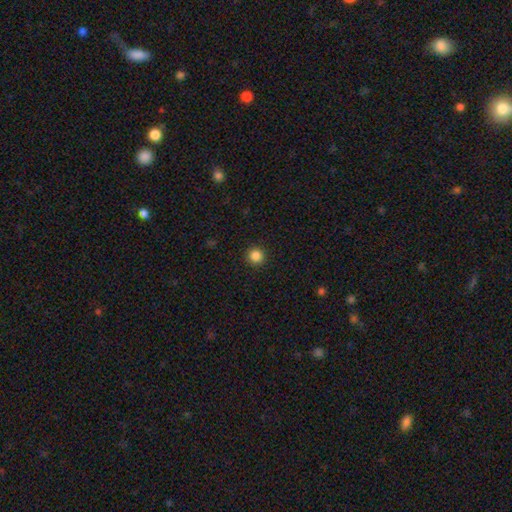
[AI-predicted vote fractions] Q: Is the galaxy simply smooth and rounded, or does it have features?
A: smooth — 86%.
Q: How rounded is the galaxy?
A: round — 95%.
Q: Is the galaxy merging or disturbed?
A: none — 93%.